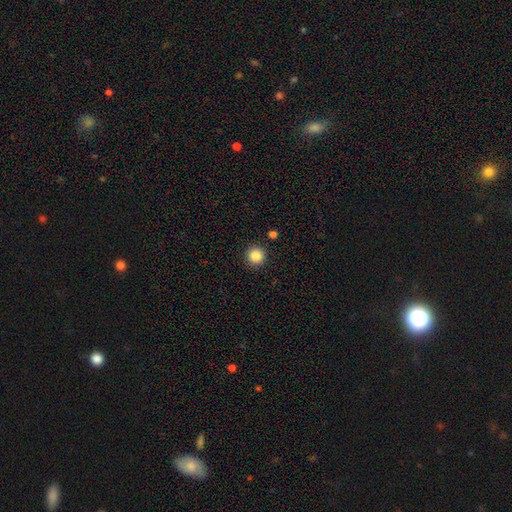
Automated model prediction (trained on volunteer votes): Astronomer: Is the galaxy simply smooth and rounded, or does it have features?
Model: smooth — 86%.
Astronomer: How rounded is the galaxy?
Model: round — 96%.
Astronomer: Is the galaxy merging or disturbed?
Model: none — 91%.